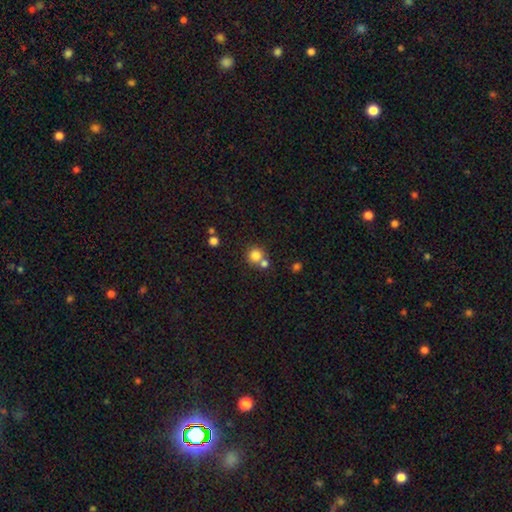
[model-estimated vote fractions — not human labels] Smooth or featured? Predicted: smooth (p=0.80). How rounded? Predicted: round (p=0.91). Merging? Predicted: none (p=0.57).